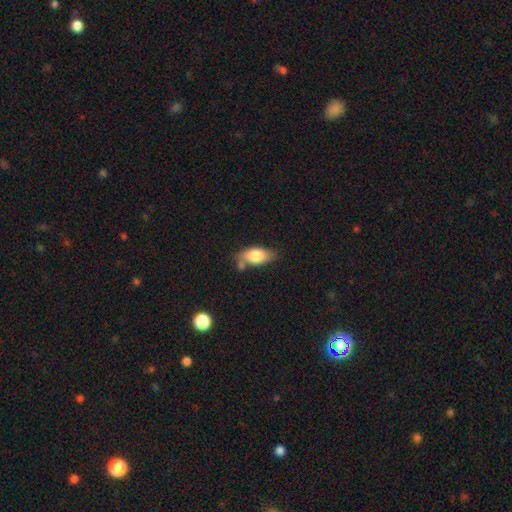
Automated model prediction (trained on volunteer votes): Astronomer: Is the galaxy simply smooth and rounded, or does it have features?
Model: smooth — 79%.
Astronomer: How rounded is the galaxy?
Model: in between — 89%.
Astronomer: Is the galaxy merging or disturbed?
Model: none — 61%.